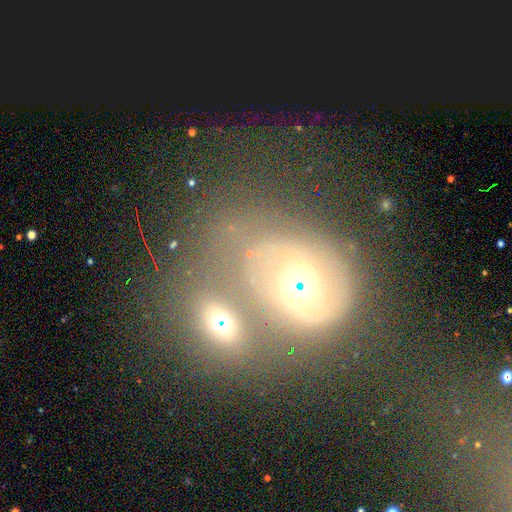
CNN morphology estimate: The model was most divided on "spiral winding": tight: 44%, medium: 39%, loose: 16%. More confident: edge-on disk — no (97%); spiral arms — yes (86%); smooth or featured — featured or disk (75%); spiral arm count — 2 (63%); bar — no (59%); bulge size — moderate (59%); merging — merger (57%).